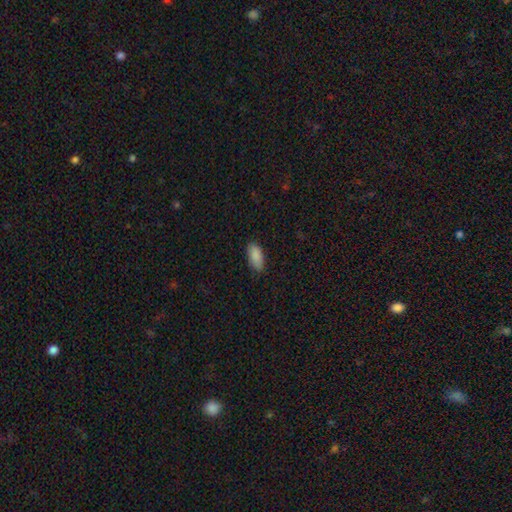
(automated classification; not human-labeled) Q: Smooth or featured?
A: smooth (89%); runner-up: star or artifact (6%)
Q: How rounded?
A: in between (91%); runner-up: cigar-shaped (7%)
Q: Merging?
A: none (85%); runner-up: minor disturbance (12%)